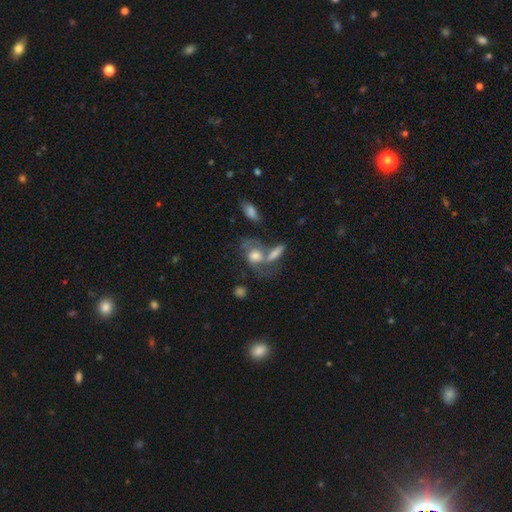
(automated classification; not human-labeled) Smooth or featured? featured or disk (60%)
Edge-on disk? no (92%)
Bar? no (70%)
Spiral arms? yes (82%)
Bulge size? moderate (42%)
Merging? merger (37%)